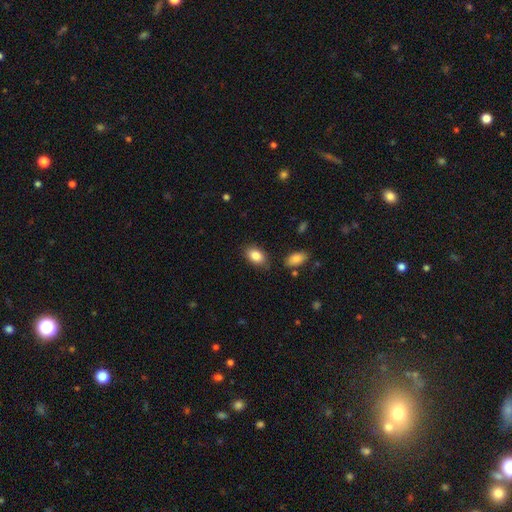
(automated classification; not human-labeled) Smooth or featured? Predicted: smooth (p=0.86). How rounded? Predicted: in between (p=0.90). Merging? Predicted: none (p=0.80).